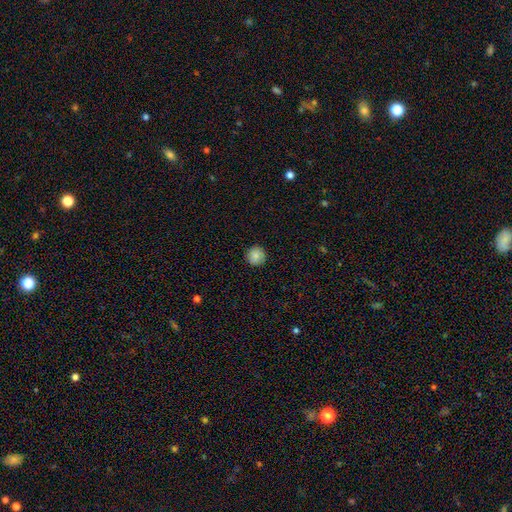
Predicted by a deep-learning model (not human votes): Q: Smooth or featured?
A: smooth (83%); runner-up: star or artifact (9%)
Q: How rounded?
A: round (95%); runner-up: in between (5%)
Q: Merging?
A: none (90%); runner-up: minor disturbance (8%)